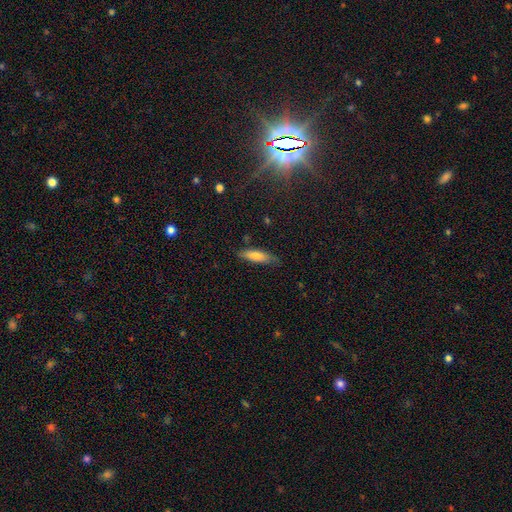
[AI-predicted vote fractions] Smooth or featured: smooth — 75% (featured or disk — 19%)
How rounded: cigar-shaped — 58% (in between — 40%)
Merging: none — 73% (minor disturbance — 22%)